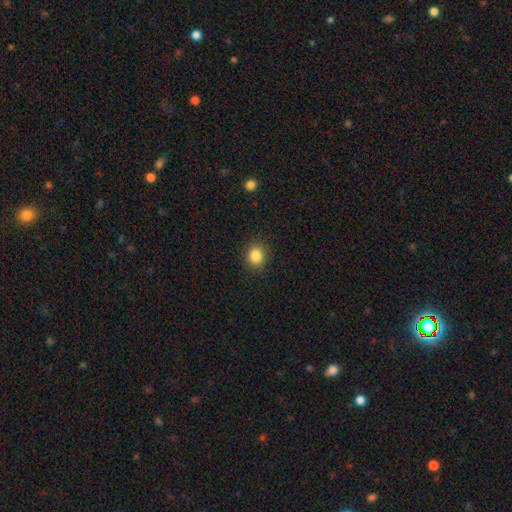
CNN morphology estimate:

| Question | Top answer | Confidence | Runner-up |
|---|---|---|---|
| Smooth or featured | smooth | 86% | star or artifact (10%) |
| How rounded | round | 78% | in between (21%) |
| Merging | none | 89% | minor disturbance (7%) |